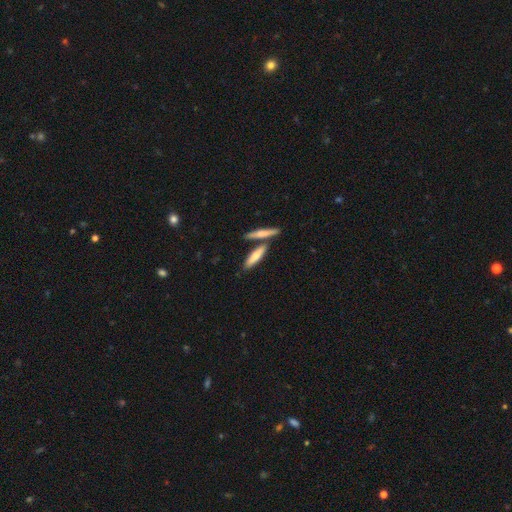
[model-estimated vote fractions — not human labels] This appears to be a smooth galaxy with no disk features (65%) that is cigar-shaped (72%). Merging: none (64%).